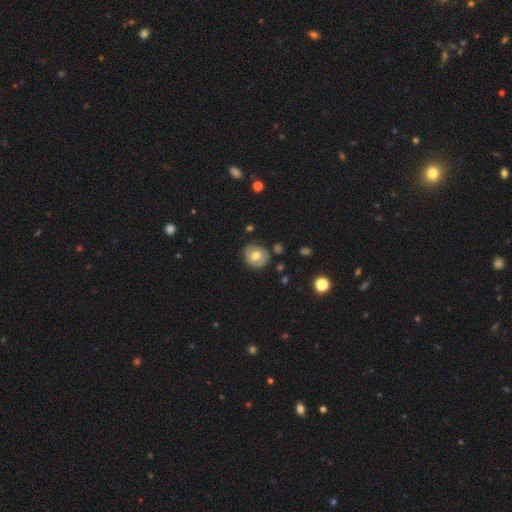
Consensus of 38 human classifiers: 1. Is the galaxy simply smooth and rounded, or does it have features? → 66% smooth, 26% featured or disk, 8% star or artifact.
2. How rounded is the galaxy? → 84% round, 12% in between, 4% cigar-shaped.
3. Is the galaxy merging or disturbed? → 69% none, 23% minor disturbance, 9% major disturbance, 0% merger.